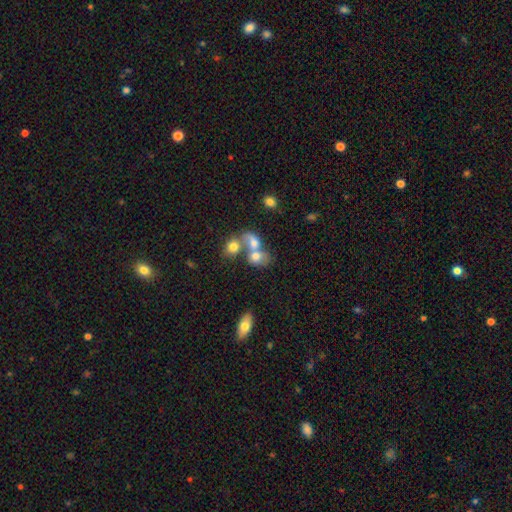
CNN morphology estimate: smooth 68%, featured or disk 21%, star or artifact 11%. Down the decision tree: how rounded — in between (52%); merging — merger (64%).